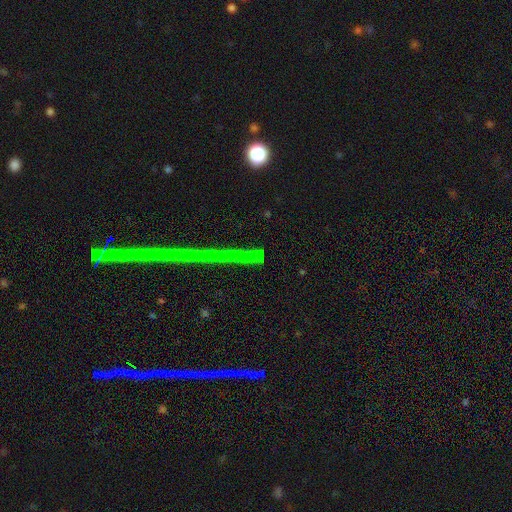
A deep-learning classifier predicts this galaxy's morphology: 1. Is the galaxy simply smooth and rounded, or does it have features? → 76% star or artifact, 13% featured or disk, 10% smooth.